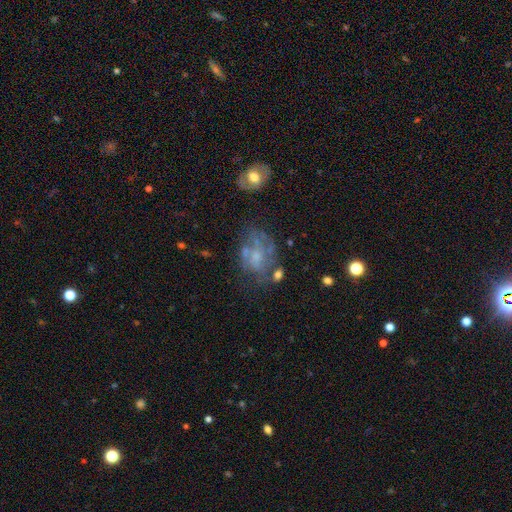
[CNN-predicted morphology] A featured or disk galaxy (57%) with no bar (79%), no spiral arms (58%) and a small central bulge (48%). Merging: none (40%).